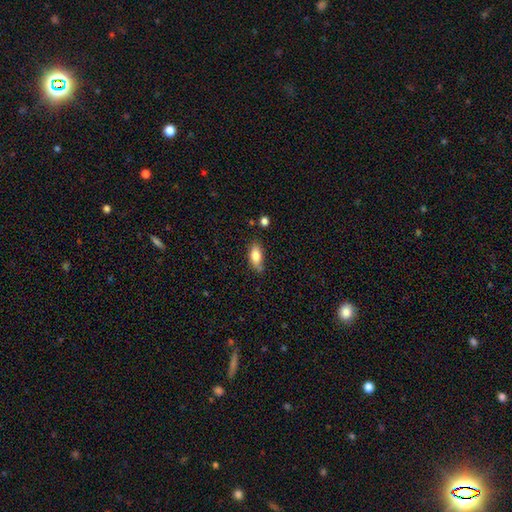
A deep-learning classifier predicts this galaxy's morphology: The model was most divided on "merging": none: 60%, minor disturbance: 29%, major disturbance: 7%, merger: 4%. More confident: how rounded — in between (83%); smooth or featured — smooth (78%).